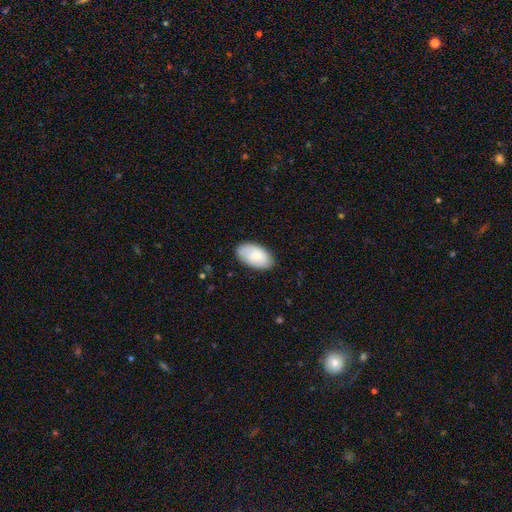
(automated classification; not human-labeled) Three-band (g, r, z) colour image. It shows a smooth galaxy with no disk features (79%) that is in between round and cigar-shaped (95%). Merging: none (83%).